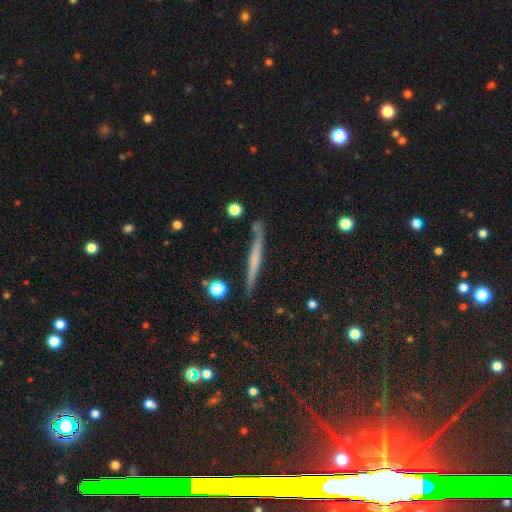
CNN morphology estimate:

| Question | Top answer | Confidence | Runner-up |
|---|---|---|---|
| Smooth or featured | featured or disk | 54% | smooth (34%) |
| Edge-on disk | yes | 96% | no (4%) |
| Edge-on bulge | none | 64% | rounded (27%) |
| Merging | none | 86% | minor disturbance (10%) |